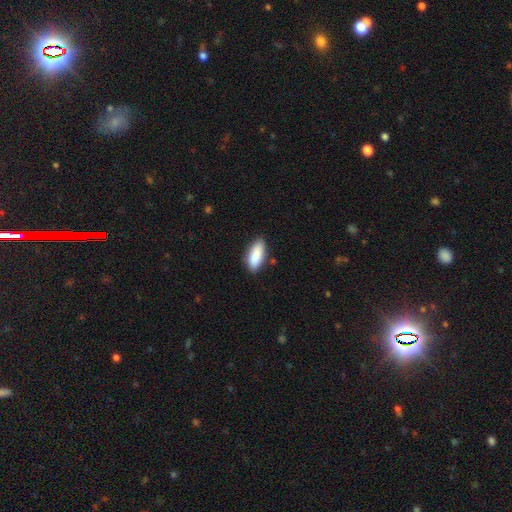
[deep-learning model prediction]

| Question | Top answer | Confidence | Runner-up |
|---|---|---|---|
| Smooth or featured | smooth | 89% | star or artifact (6%) |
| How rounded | in between | 79% | cigar-shaped (19%) |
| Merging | none | 83% | minor disturbance (12%) |